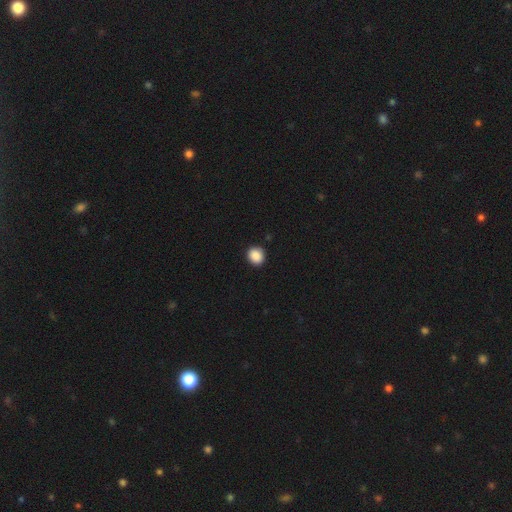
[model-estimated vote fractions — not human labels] Smooth or featured: smooth — 89% (star or artifact — 9%)
How rounded: round — 78% (in between — 21%)
Merging: none — 91% (minor disturbance — 7%)